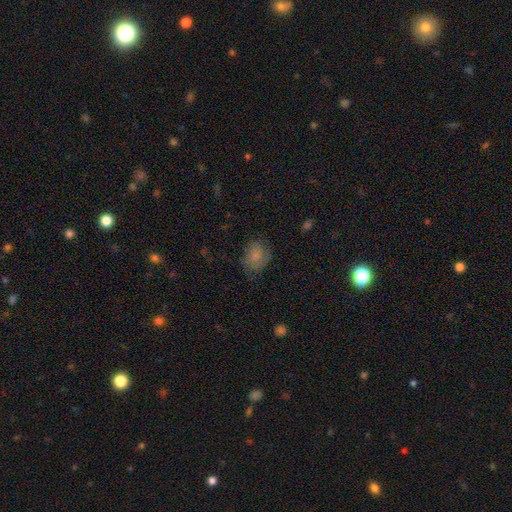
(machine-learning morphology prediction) Smooth or featured? smooth (77%)
How rounded? in between (53%)
Merging? none (64%)